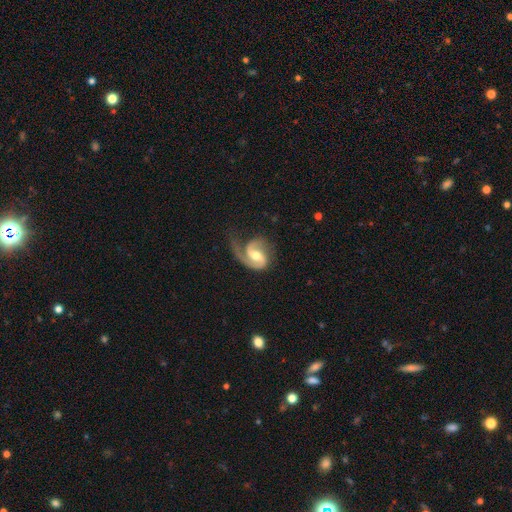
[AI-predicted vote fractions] Smooth or featured?
  - featured or disk: 89% *
  - smooth: 7%
  - star or artifact: 4%
Edge-on disk?
  - no: 98% *
  - yes: 2%
Bar?
  - weak: 49% *
  - no: 27%
  - strong: 24%
Spiral arms?
  - yes: 97% *
  - no: 3%
Spiral winding?
  - medium: 50% *
  - loose: 27%
  - tight: 24%
Spiral arm count?
  - 2: 62% *
  - 1: 34%
  - can't tell: 2%
  - 3: 1%
  - 4: 1%
  - more than 4: 1%
Bulge size?
  - moderate: 67% *
  - small: 22%
  - large: 8%
  - none: 2%
  - dominant: 1%
Merging?
  - none: 48% *
  - major disturbance: 26%
  - minor disturbance: 24%
  - merger: 2%